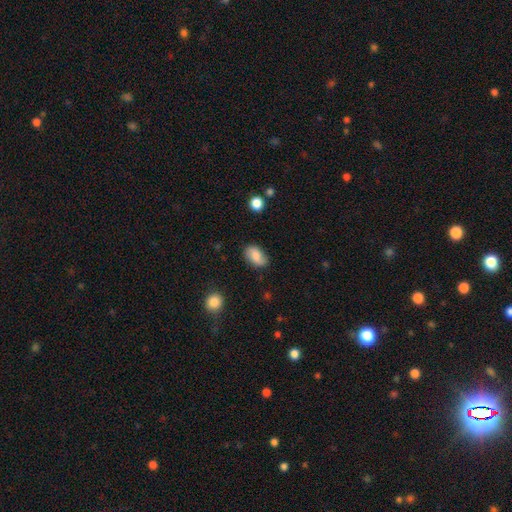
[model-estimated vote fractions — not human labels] Smooth or featured? Predicted: smooth (p=0.68). How rounded? Predicted: in between (p=0.87). Merging? Predicted: none (p=0.78).